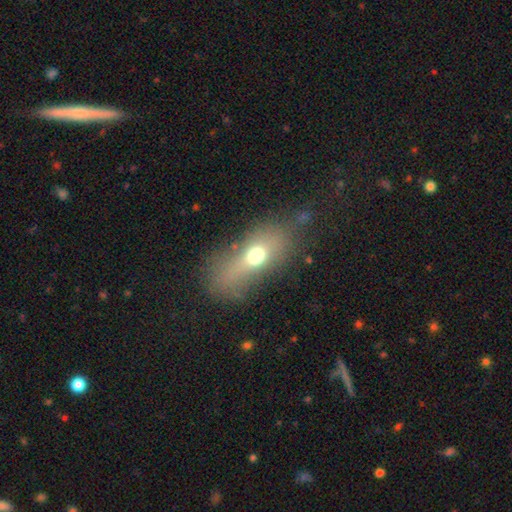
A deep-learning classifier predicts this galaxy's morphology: A smooth galaxy with no disk features (61%) that is in between round and cigar-shaped (72%). Merging: none (53%).